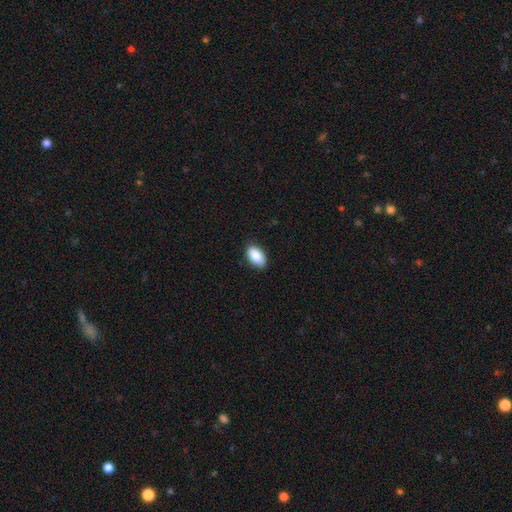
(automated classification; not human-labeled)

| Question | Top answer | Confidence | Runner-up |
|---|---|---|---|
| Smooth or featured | smooth | 89% | star or artifact (6%) |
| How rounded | in between | 94% | round (4%) |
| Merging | none | 87% | minor disturbance (10%) |